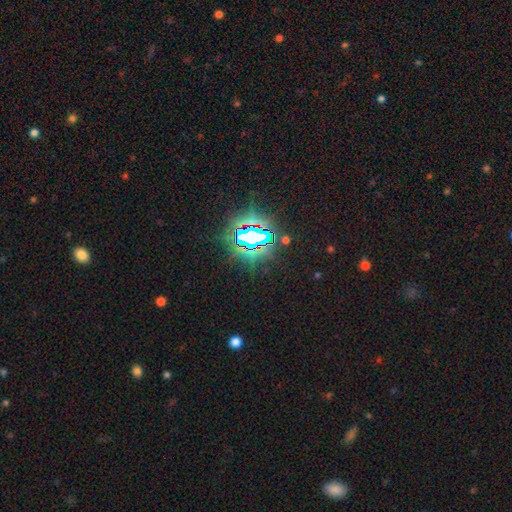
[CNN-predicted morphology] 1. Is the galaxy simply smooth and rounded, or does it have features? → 85% star or artifact, 9% smooth, 6% featured or disk.